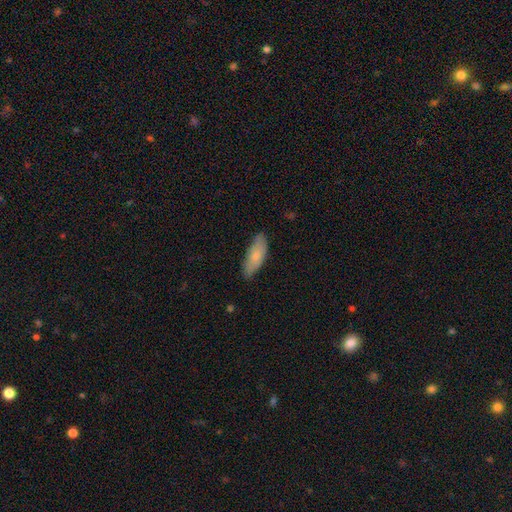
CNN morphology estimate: This is likely a smooth galaxy (74%). How rounded: likely in between (72%). Merging: likely none (78%).